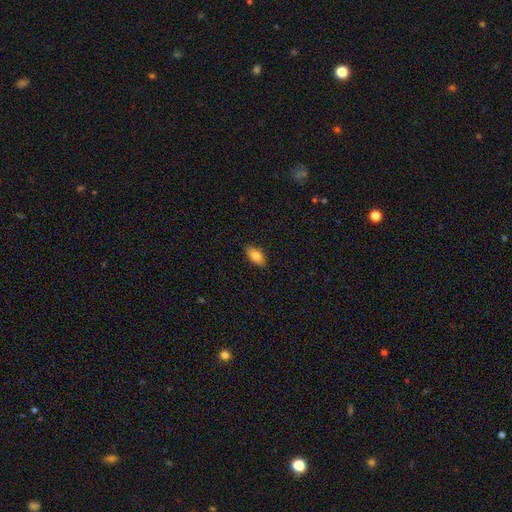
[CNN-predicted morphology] This is likely a smooth galaxy (79%). How rounded: clearly in between (90%). Merging: clearly none (88%).